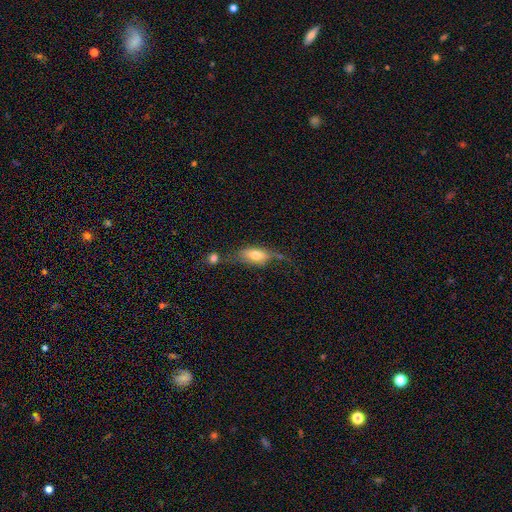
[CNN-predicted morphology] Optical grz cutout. It shows a smooth galaxy with no disk features (61%) that is in between round and cigar-shaped (81%). Merging: none (37%).